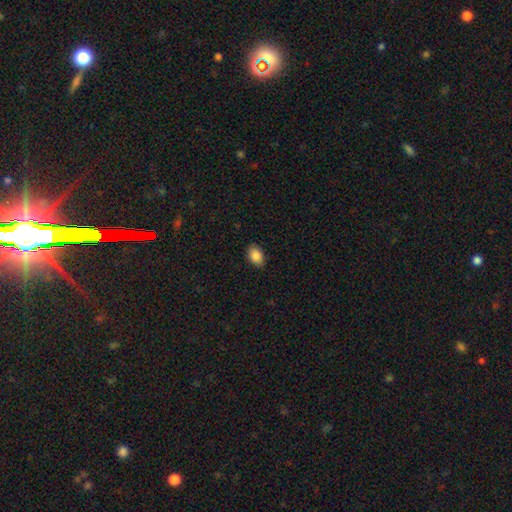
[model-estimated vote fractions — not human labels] smooth_or_featured: smooth (p=0.88) [alt: star or artifact p=0.08]
how_rounded: in between (p=0.84) [alt: round p=0.15]
merging: none (p=0.86) [alt: minor disturbance p=0.11]